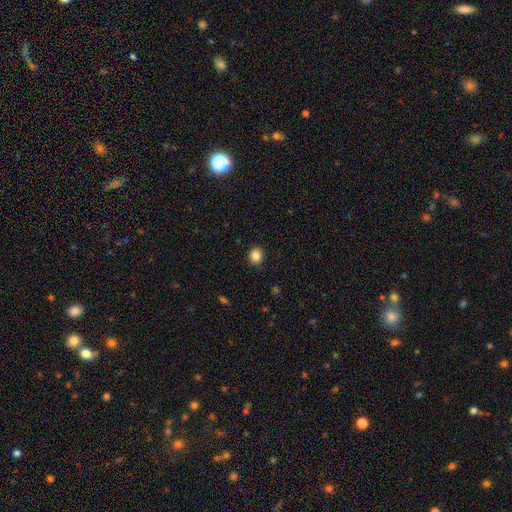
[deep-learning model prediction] This appears to be a smooth galaxy with no disk features (86%) that is round (72%). Merging: none (89%).